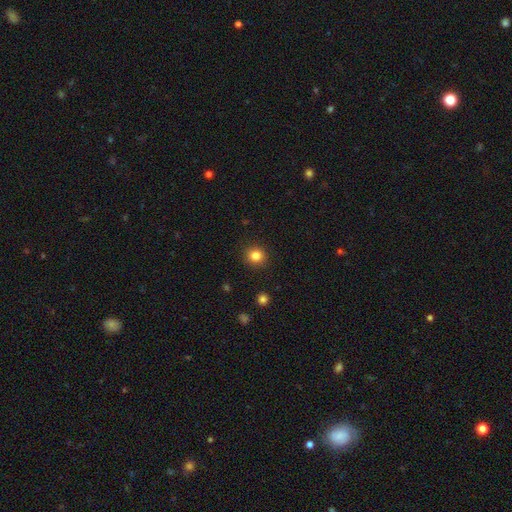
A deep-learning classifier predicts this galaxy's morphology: A smooth galaxy with no disk features (83%) that is round (89%).

Vote fractions:
- Smooth or featured? smooth: 83% / star or artifact: 12% / featured or disk: 5%
- How rounded? round: 89% / in between: 10% / cigar-shaped: 1%
- Merging? none: 91% / minor disturbance: 6% / major disturbance: 2% / merger: 1%